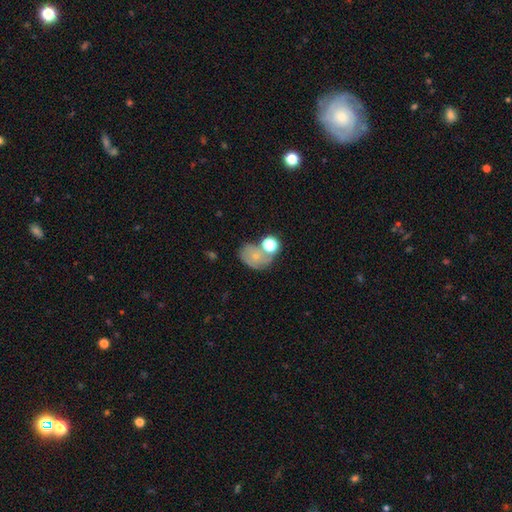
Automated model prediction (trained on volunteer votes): The model was most divided on "how rounded": in between: 50%, round: 49%, cigar-shaped: 1%. Remaining: smooth or featured — smooth (51%); merging — none (39%).